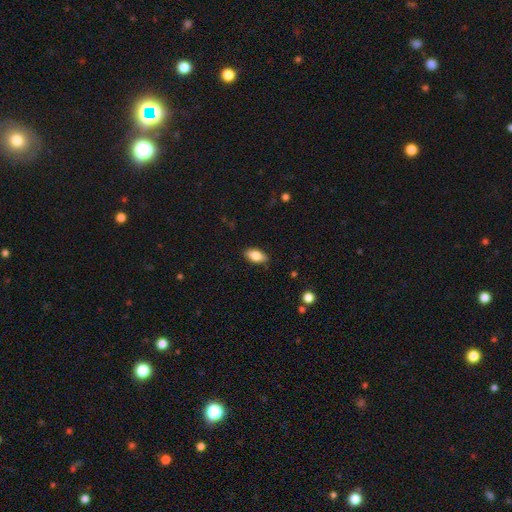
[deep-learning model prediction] smooth 81%, featured or disk 11%, star or artifact 7%. Down the decision tree: how rounded — in between (90%); merging — none (86%).